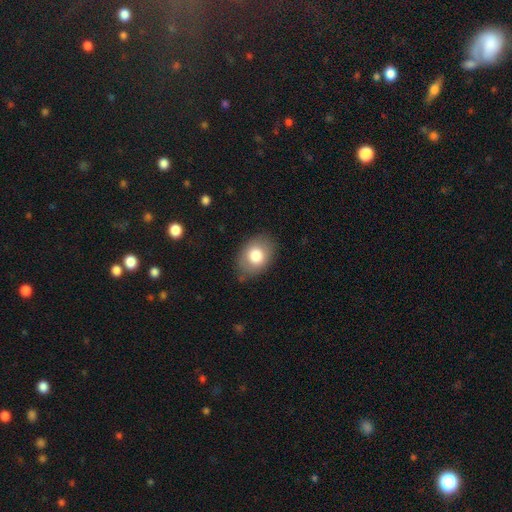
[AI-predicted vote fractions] This appears to be a smooth galaxy with no disk features (79%) that is in between round and cigar-shaped (73%). Merging: none (77%).